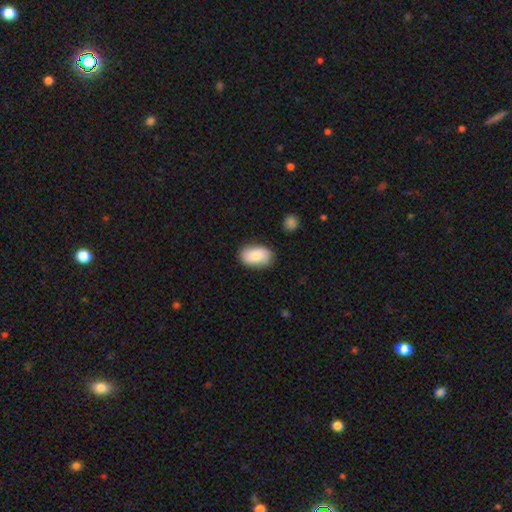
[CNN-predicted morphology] A smooth galaxy with no disk features (76%) that is in between round and cigar-shaped (90%). Merging: none (78%).